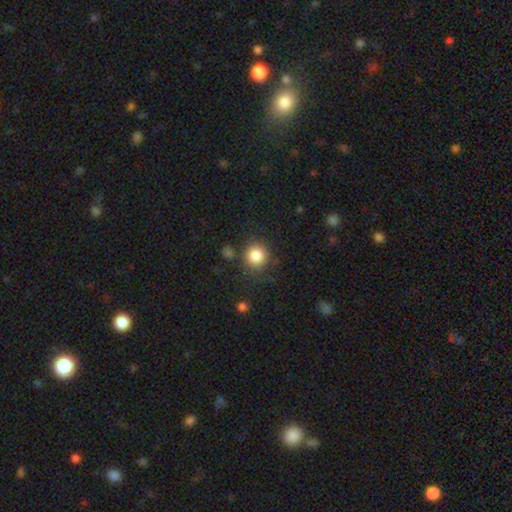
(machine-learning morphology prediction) This is clearly a smooth galaxy (84%). How rounded: clearly round (91%). Merging: clearly none (82%).